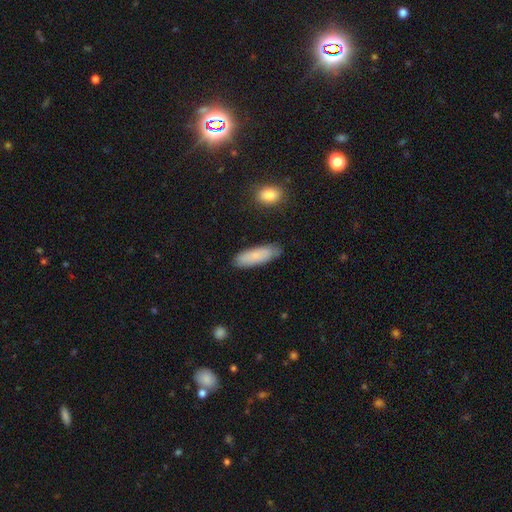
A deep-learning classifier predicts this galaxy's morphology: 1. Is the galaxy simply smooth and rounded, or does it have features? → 82% smooth, 12% featured or disk, 6% star or artifact.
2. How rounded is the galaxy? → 52% in between, 46% cigar-shaped, 2% round.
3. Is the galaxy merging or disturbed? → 84% none, 12% minor disturbance, 2% major disturbance, 2% merger.